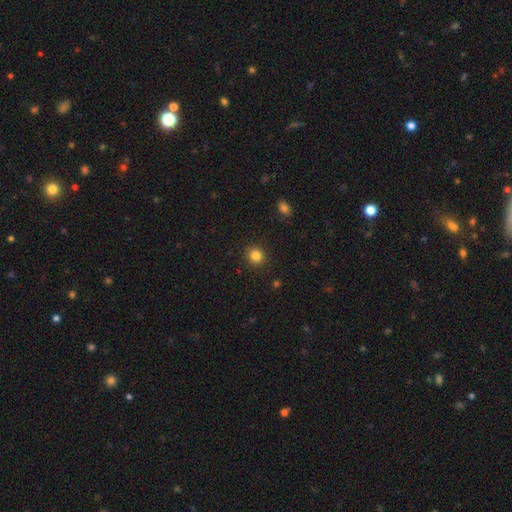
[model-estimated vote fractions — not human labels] Smooth or featured? smooth (84%)
How rounded? round (88%)
Merging? none (92%)